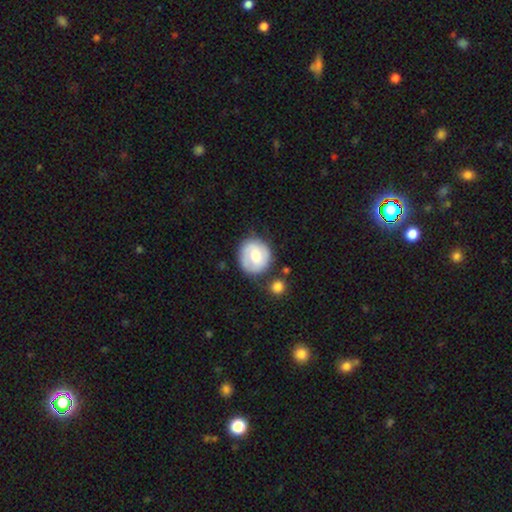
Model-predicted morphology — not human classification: Q: Smooth or featured?
A: smooth (48%); runner-up: featured or disk (46%)
Q: Merging?
A: none (70%); runner-up: minor disturbance (17%)